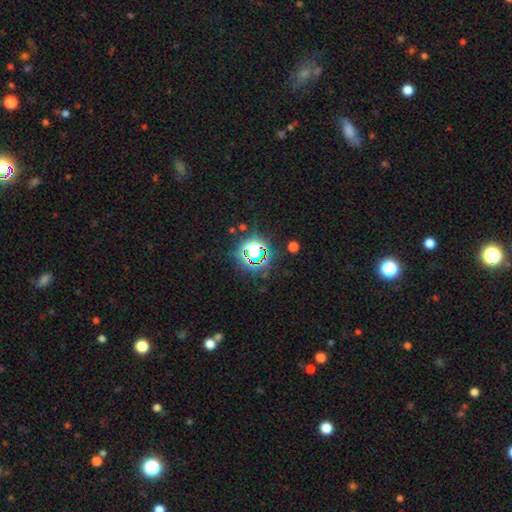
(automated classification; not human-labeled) star or artifact 64%, smooth 25%, featured or disk 11%.